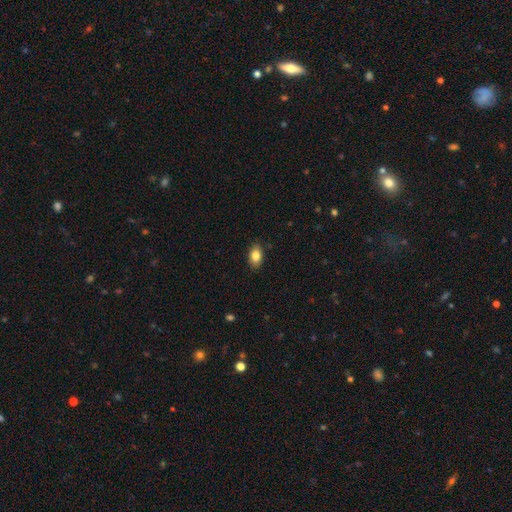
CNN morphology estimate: The model was most divided on "smooth or featured": smooth: 84%, featured or disk: 9%, star or artifact: 8%. More confident: how rounded — in between (88%); merging — none (87%).